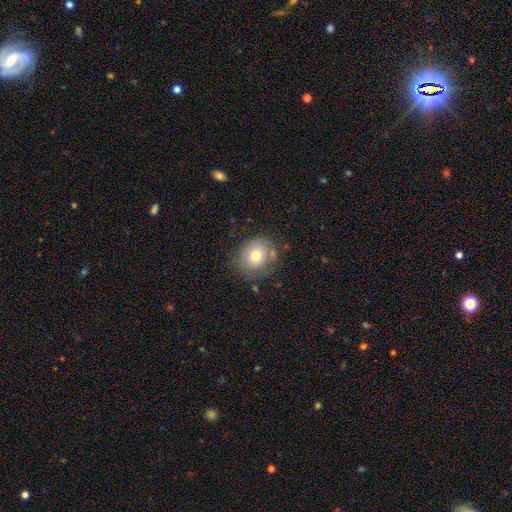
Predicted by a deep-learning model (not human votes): A smooth galaxy with no disk features (73%) that is round (77%). Merging: none (72%).